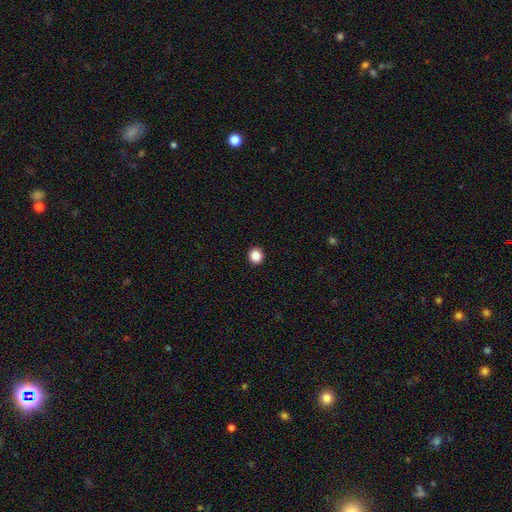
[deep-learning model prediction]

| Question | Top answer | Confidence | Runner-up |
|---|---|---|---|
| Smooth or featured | smooth | 87% | star or artifact (10%) |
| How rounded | round | 88% | in between (11%) |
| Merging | none | 94% | minor disturbance (4%) |